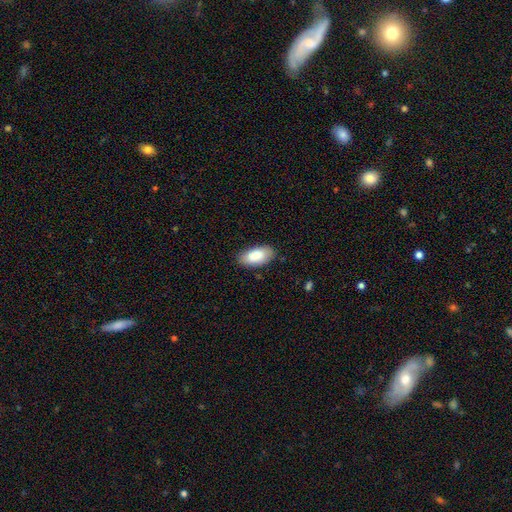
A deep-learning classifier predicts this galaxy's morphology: A smooth galaxy with no disk features (87%) that is in between round and cigar-shaped (94%).

Vote fractions:
- Smooth or featured? smooth: 87% / featured or disk: 7% / star or artifact: 6%
- How rounded? in between: 94% / cigar-shaped: 4% / round: 2%
- Merging? none: 83% / minor disturbance: 13% / major disturbance: 3% / merger: 1%